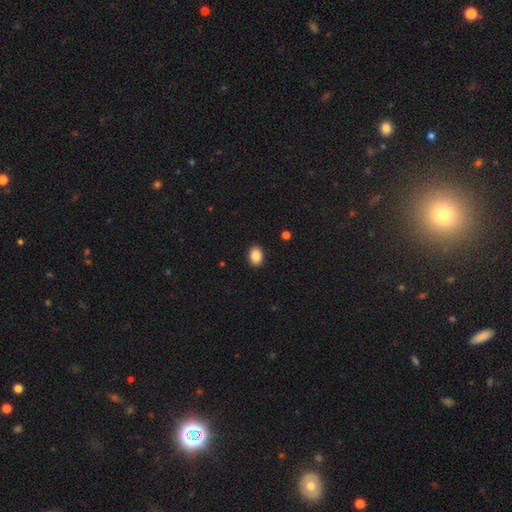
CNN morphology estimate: This is clearly a smooth galaxy (87%). How rounded: likely in between (74%). Merging: clearly none (91%).